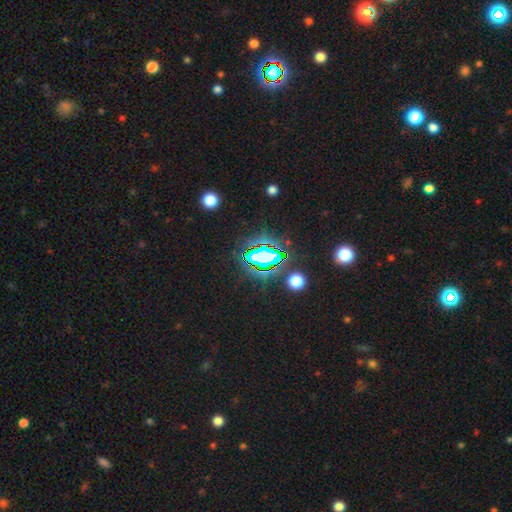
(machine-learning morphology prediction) Q: Smooth or featured?
A: star or artifact (72%); runner-up: smooth (16%)